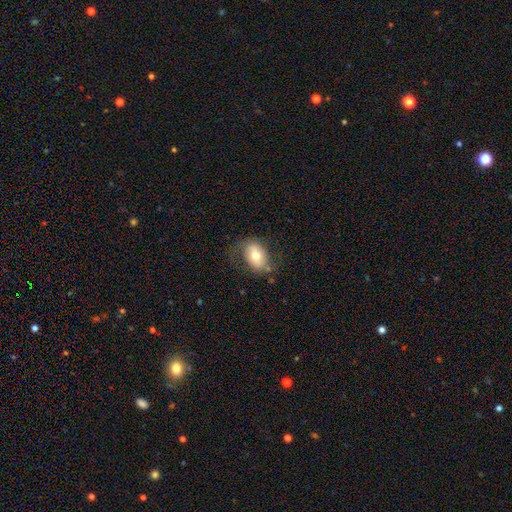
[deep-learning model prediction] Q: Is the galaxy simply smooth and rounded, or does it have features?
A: smooth — 63%.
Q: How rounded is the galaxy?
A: in between — 82%.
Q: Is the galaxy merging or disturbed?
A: none — 64%.